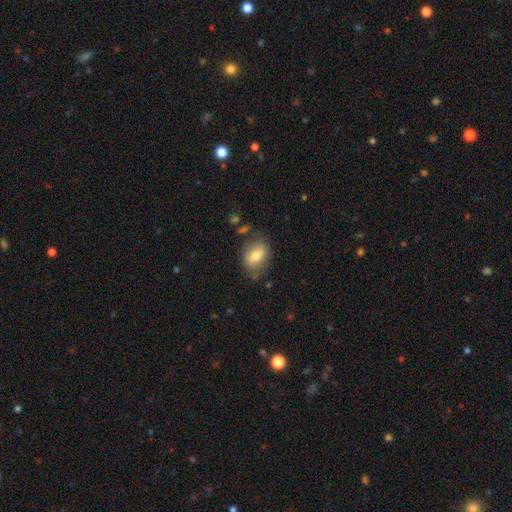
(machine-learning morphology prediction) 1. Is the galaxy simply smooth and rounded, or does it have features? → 67% smooth, 26% featured or disk, 8% star or artifact.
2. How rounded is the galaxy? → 72% in between, 26% round, 2% cigar-shaped.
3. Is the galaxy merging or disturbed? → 70% none, 20% minor disturbance, 7% major disturbance, 3% merger.